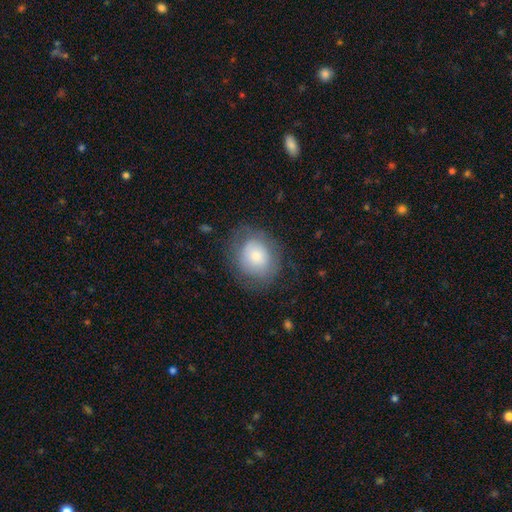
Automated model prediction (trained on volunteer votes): A smooth galaxy with no disk features (69%) that is round (67%).

Vote fractions:
- Smooth or featured? smooth: 69% / featured or disk: 23% / star or artifact: 8%
- How rounded? round: 67% / in between: 32% / cigar-shaped: 1%
- Merging? none: 71% / minor disturbance: 18% / major disturbance: 9% / merger: 1%